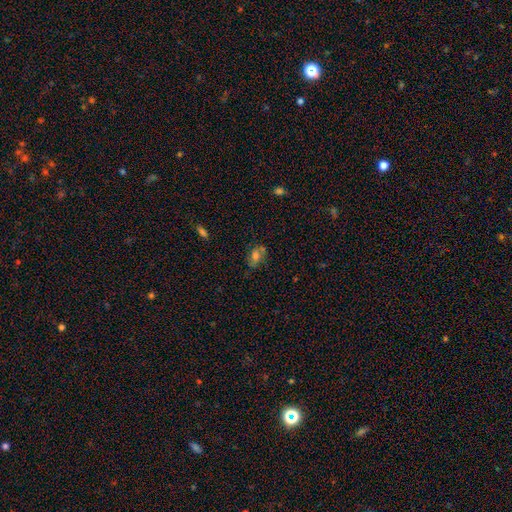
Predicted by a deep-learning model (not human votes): A smooth galaxy with no disk features (53%) that is in between round and cigar-shaped (78%). Merging: none (62%).